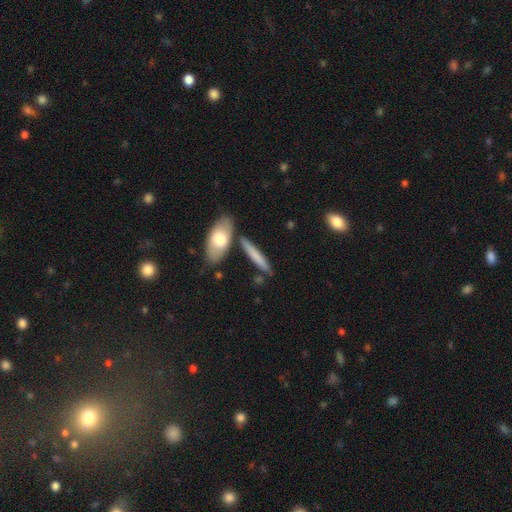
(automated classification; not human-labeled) Overall: smooth (68%). How rounded: cigar-shaped (82%). Merging: none (76%).